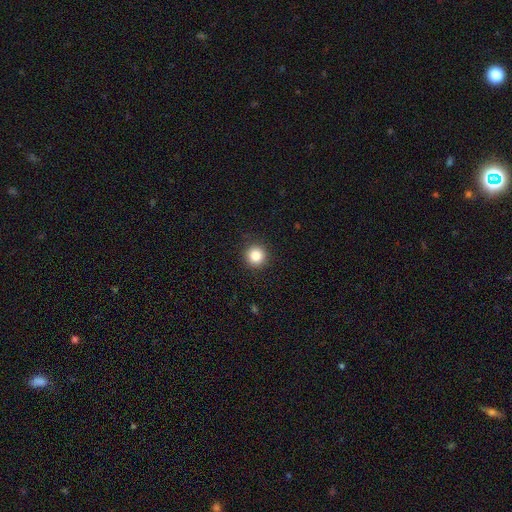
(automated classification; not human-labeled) smooth_or_featured: smooth (p=0.85) [alt: star or artifact p=0.11]
how_rounded: round (p=0.95) [alt: in between p=0.04]
merging: none (p=0.92) [alt: minor disturbance p=0.05]